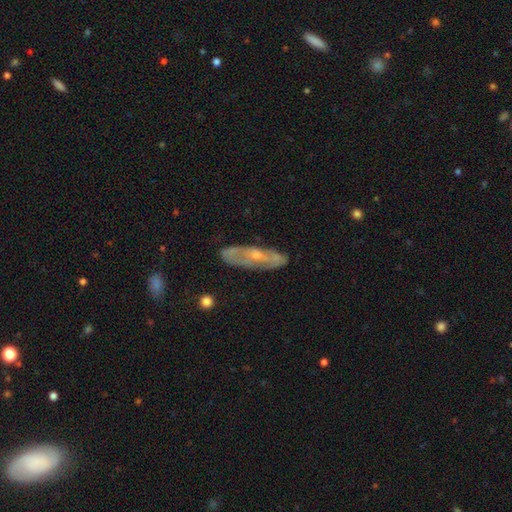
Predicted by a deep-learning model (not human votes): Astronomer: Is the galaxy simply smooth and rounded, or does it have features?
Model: featured or disk — 62%.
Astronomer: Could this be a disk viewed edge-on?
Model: no — 68%.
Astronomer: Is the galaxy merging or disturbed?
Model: none — 73%.